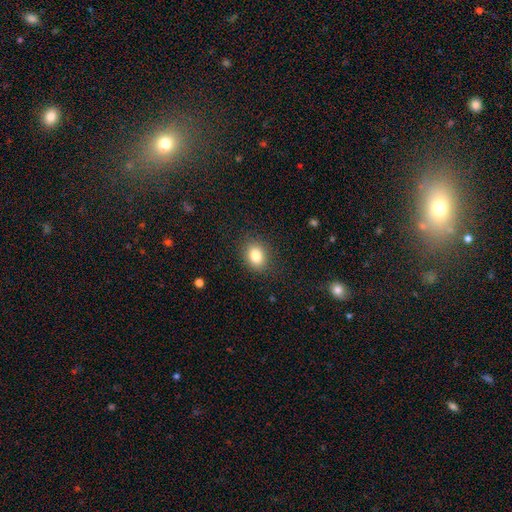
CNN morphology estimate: This appears to be a smooth galaxy with no disk features (82%) that is in between round and cigar-shaped (54%). Merging: none (87%).